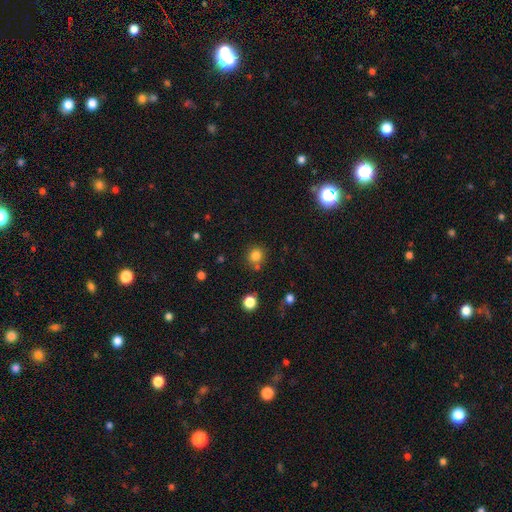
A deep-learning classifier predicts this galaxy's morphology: Smooth or featured?
  - smooth: 81% *
  - star or artifact: 14%
  - featured or disk: 6%
How rounded?
  - round: 87% *
  - in between: 12%
  - cigar-shaped: 1%
Merging?
  - none: 76% *
  - merger: 11%
  - minor disturbance: 10%
  - major disturbance: 3%